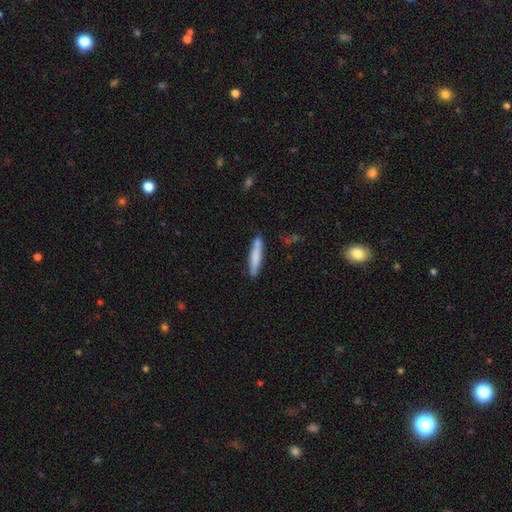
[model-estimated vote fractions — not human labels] This is likely a smooth galaxy (74%). How rounded: clearly cigar-shaped (92%). Merging: clearly none (83%).